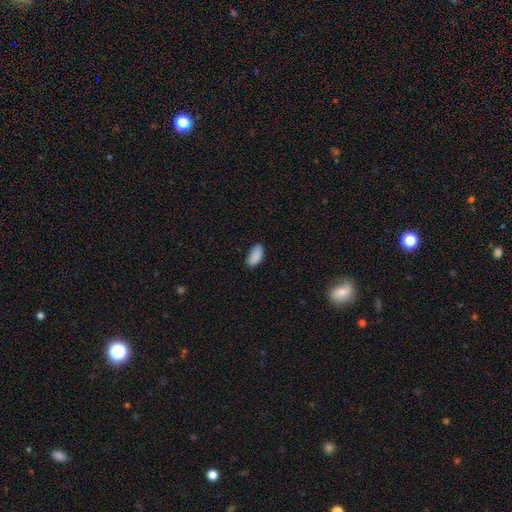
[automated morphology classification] smooth_or_featured: smooth (p=0.88) [alt: star or artifact p=0.07]
how_rounded: in between (p=0.91) [alt: cigar-shaped p=0.07]
merging: none (p=0.75) [alt: minor disturbance p=0.20]